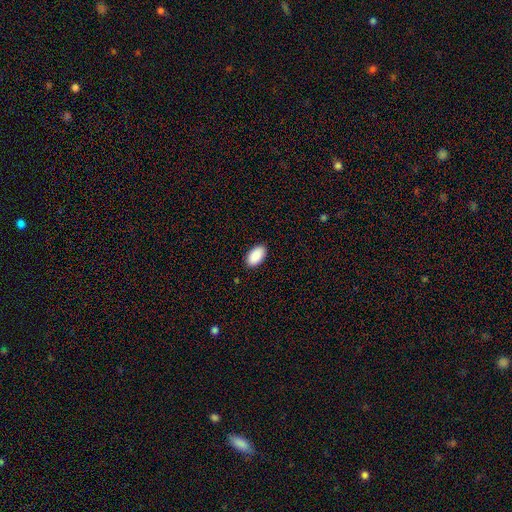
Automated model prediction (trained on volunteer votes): smooth_or_featured: smooth (p=0.91) [alt: star or artifact p=0.06]
how_rounded: in between (p=0.96) [alt: round p=0.03]
merging: none (p=0.90) [alt: minor disturbance p=0.08]